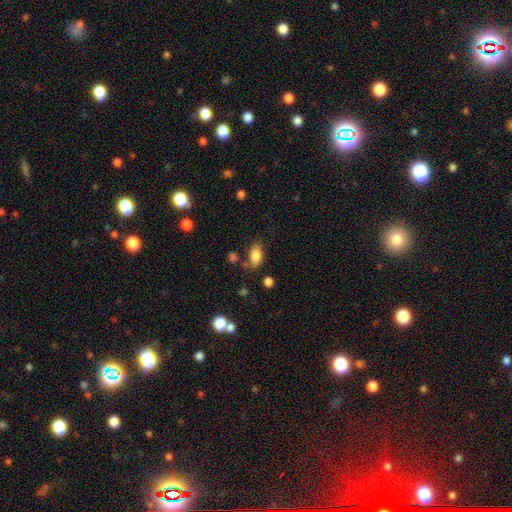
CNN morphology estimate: Overall: smooth (84%). How rounded: in between (89%). Merging: none (73%).